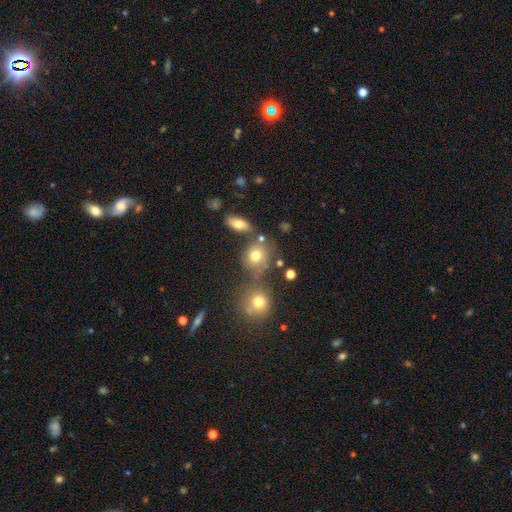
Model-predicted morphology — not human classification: This appears to be a smooth galaxy with no disk features (74%) that is round (77%). Merging: none (62%).